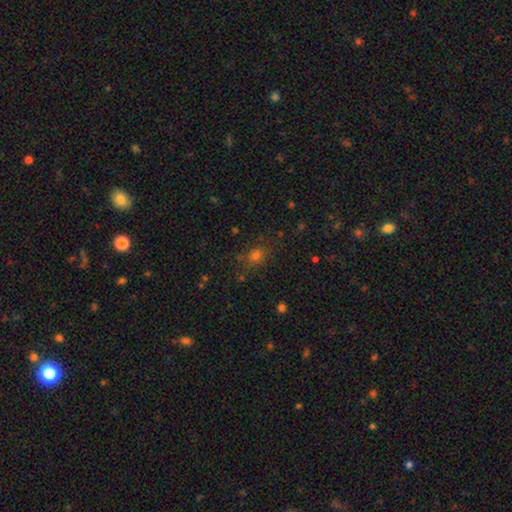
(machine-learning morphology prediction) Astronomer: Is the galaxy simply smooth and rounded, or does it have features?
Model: smooth — 63%.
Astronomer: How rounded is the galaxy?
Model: round — 62%.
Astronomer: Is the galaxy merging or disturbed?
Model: none — 78%.